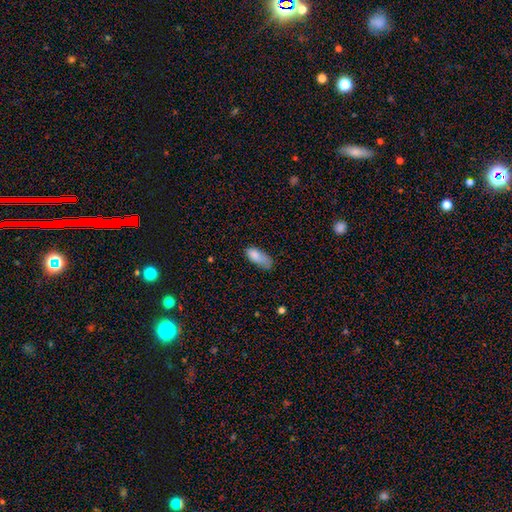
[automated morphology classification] Smooth or featured? Predicted: smooth (p=0.83). How rounded? Predicted: in between (p=0.82). Merging? Predicted: minor disturbance (p=0.39).